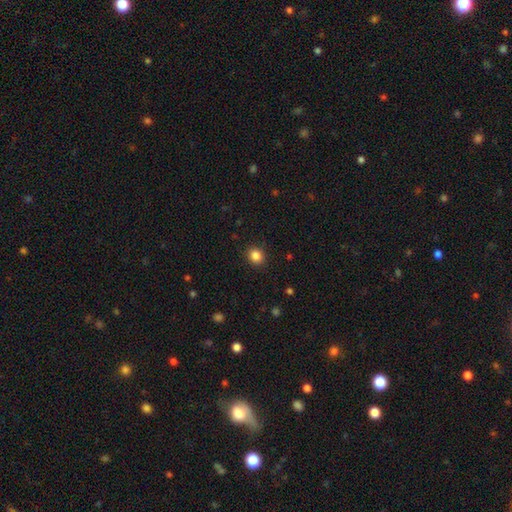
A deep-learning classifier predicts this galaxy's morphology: This is clearly a smooth galaxy (85%). How rounded: clearly round (81%). Merging: clearly none (91%).